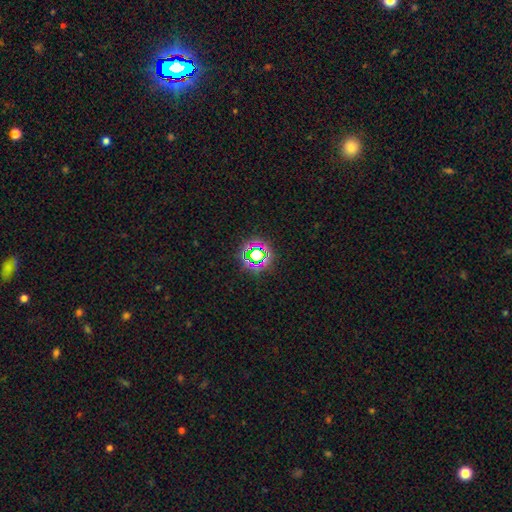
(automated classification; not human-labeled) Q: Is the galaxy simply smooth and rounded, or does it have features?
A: star or artifact — 62%.